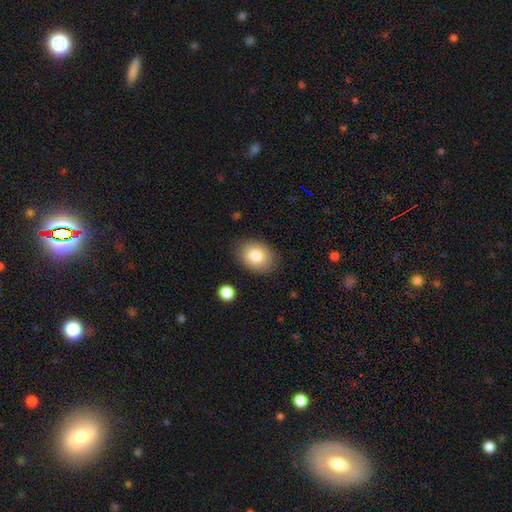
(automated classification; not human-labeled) A smooth galaxy with no disk features (82%) that is in between round and cigar-shaped (69%). Merging: none (84%).